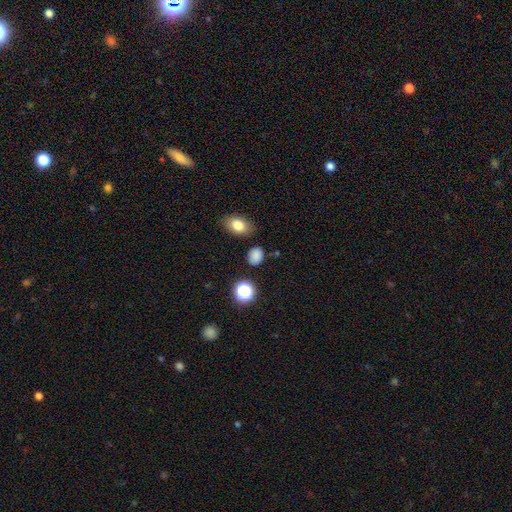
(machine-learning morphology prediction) smooth 81%, star or artifact 15%, featured or disk 4%. Down the decision tree: how rounded — in between (56%); merging — none (81%).